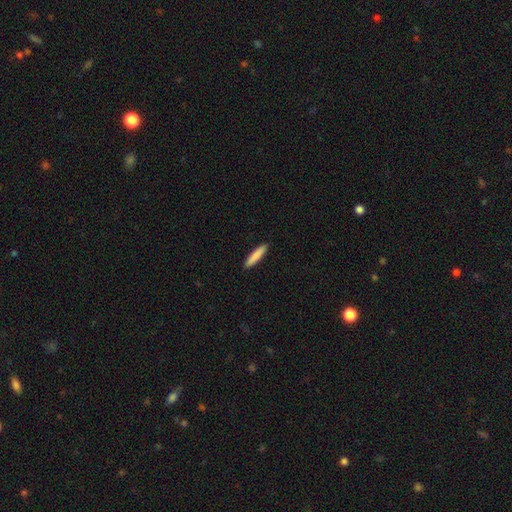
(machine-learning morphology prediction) This appears to be a smooth galaxy with no disk features (86%) that is cigar-shaped (87%). Merging: none (91%).